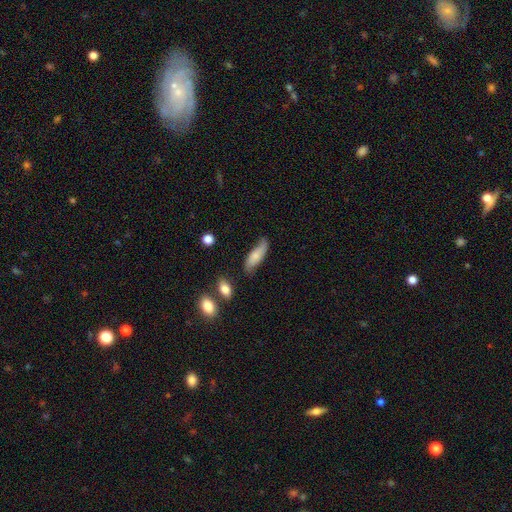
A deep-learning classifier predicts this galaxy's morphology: A smooth galaxy with no disk features (69%) that is in between round and cigar-shaped (59%). Merging: none (62%).